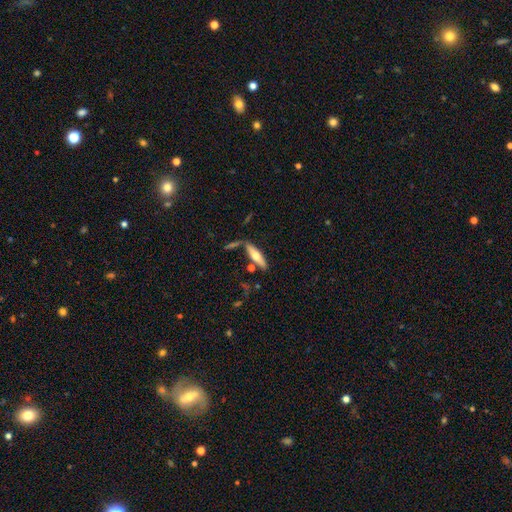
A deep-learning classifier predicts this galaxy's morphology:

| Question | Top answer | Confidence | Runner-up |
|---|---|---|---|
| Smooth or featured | smooth | 52% | featured or disk (42%) |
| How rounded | cigar-shaped | 67% | in between (31%) |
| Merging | none | 69% | minor disturbance (15%) |